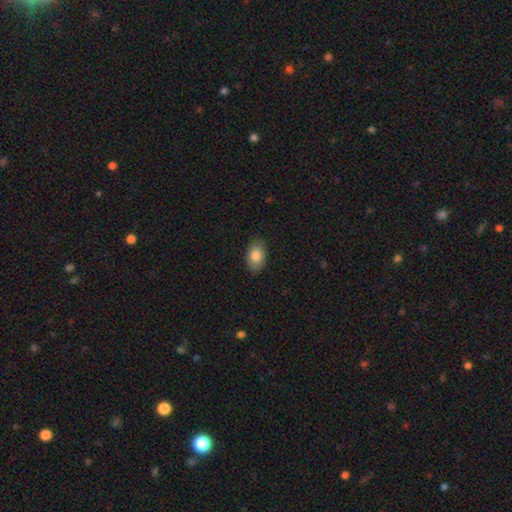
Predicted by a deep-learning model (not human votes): Smooth or featured: smooth — 83% (featured or disk — 10%)
How rounded: in between — 90% (round — 9%)
Merging: none — 84% (minor disturbance — 13%)